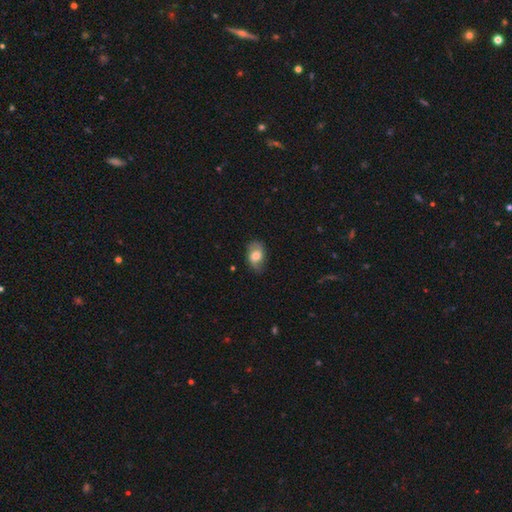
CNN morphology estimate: The model was most divided on "smooth or featured": smooth: 65%, featured or disk: 27%, star or artifact: 8%. More confident: how rounded — in between (81%); merging — none (70%).